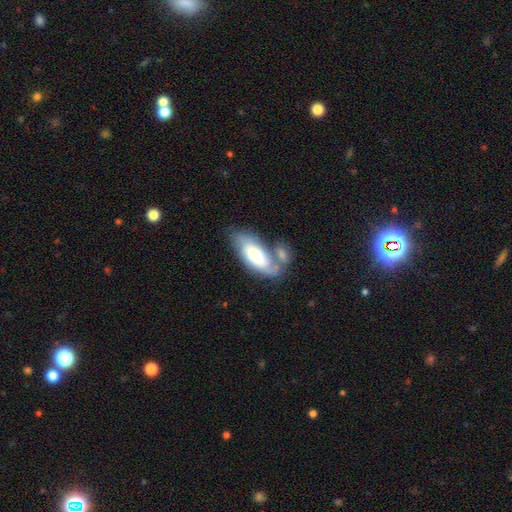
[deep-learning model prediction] Overall: smooth (63%; featured or disk 31%). How rounded: in between (83%). Merging: merger (36%; none 34%).